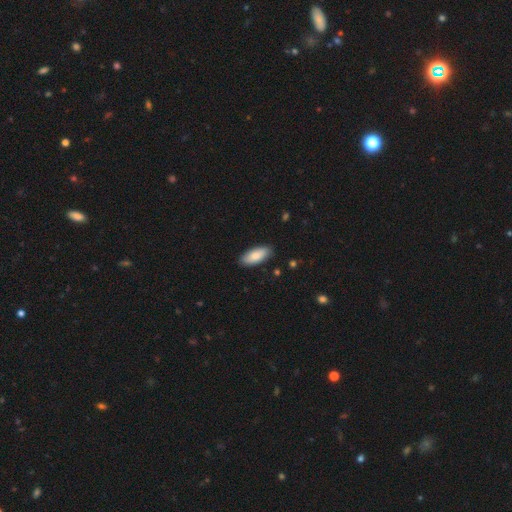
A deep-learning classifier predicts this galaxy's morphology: A smooth galaxy with no disk features (84%) that is in between round and cigar-shaped (84%). Merging: none (88%).